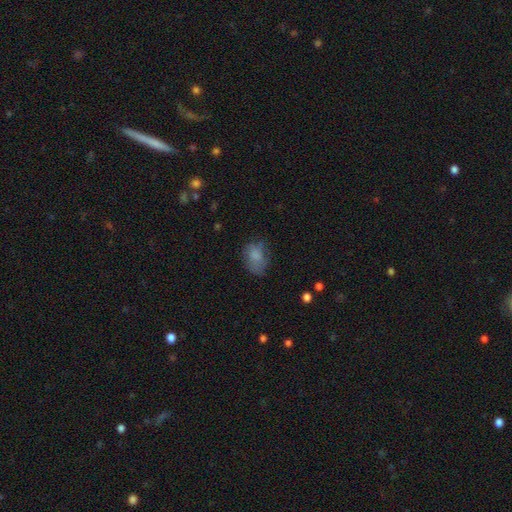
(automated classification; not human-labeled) Overall: smooth (75%). How rounded: in between (65%; round 33%). Merging: none (56%; minor disturbance 27%).